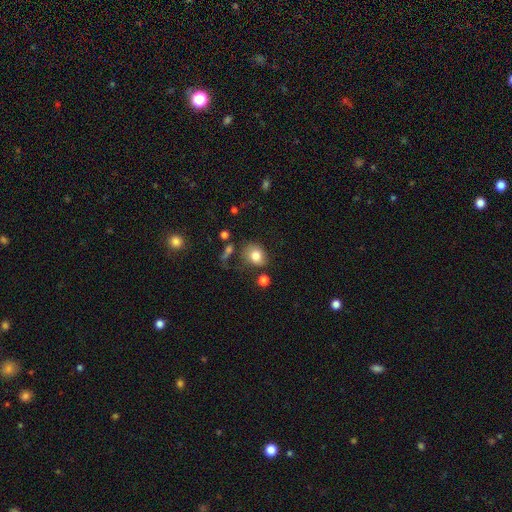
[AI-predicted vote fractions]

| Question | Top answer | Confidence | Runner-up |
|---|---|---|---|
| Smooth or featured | smooth | 81% | featured or disk (10%) |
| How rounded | in between | 51% | round (48%) |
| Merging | none | 62% | minor disturbance (22%) |